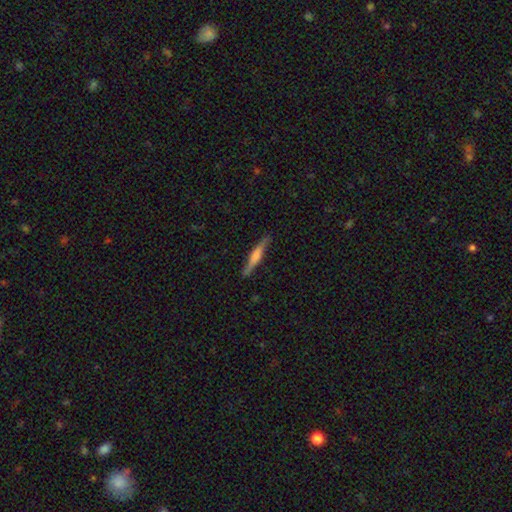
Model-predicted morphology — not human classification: Smooth or featured: featured or disk — 57% (smooth — 37%)
Edge-on disk: yes — 96% (no — 4%)
Edge-on bulge: rounded — 57% (boxy — 29%)
Merging: none — 87% (minor disturbance — 10%)